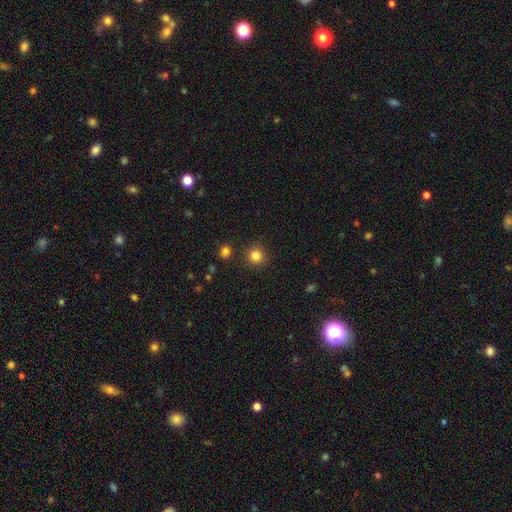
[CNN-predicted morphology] The model was most divided on "smooth or featured": smooth: 84%, star or artifact: 12%, featured or disk: 4%. More confident: how rounded — round (93%); merging — none (90%).